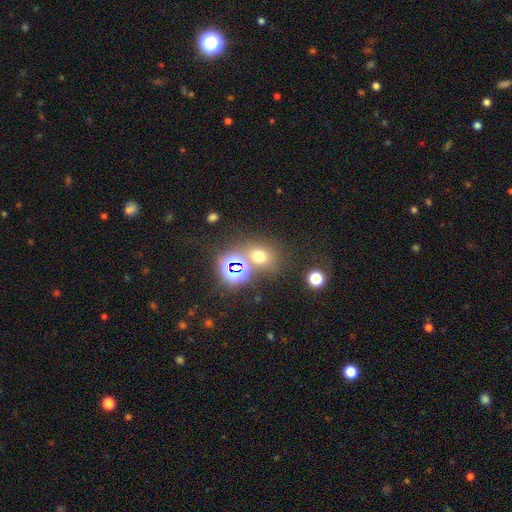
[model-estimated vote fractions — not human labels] This appears to be a star or artifact, not a galaxy (45%).